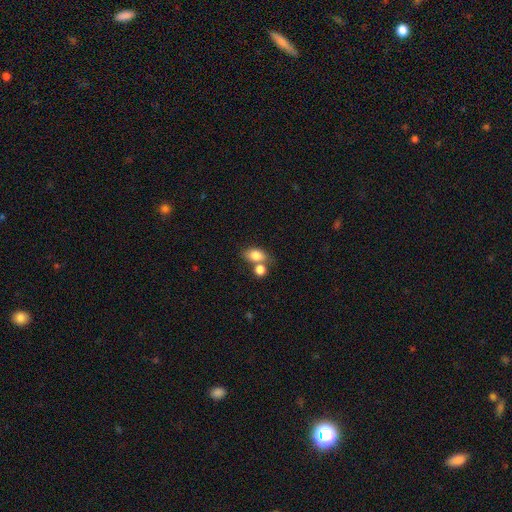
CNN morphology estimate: Q: Smooth or featured?
A: smooth (82%); runner-up: featured or disk (9%)
Q: How rounded?
A: in between (78%); runner-up: round (20%)
Q: Merging?
A: none (48%); runner-up: merger (35%)